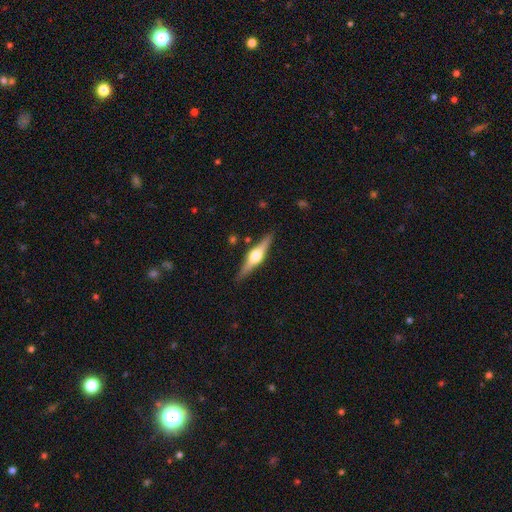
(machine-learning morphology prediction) Smooth or featured: featured or disk — 75% (smooth — 20%)
Edge-on disk: yes — 98% (no — 2%)
Edge-on bulge: rounded — 95% (boxy — 4%)
Merging: none — 89% (minor disturbance — 8%)